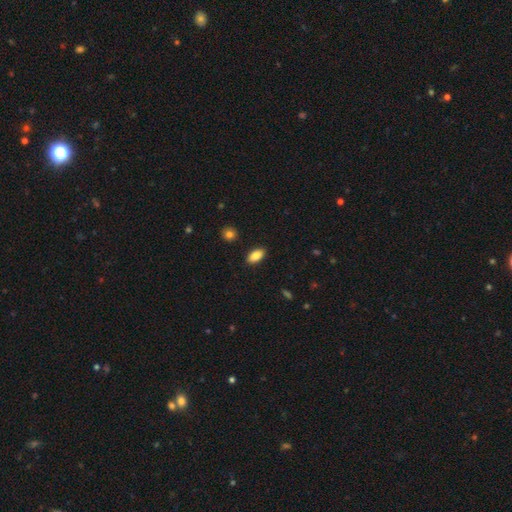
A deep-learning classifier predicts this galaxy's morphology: Overall: smooth (86%). How rounded: in between (91%). Merging: none (90%).